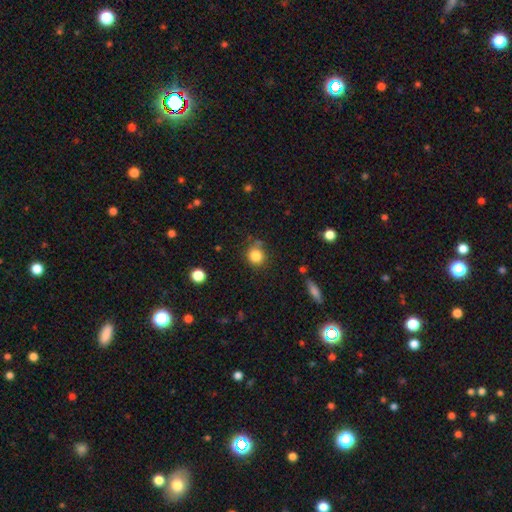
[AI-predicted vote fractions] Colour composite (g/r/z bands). It shows a smooth galaxy with no disk features (84%) that is round (88%). Merging: none (76%).